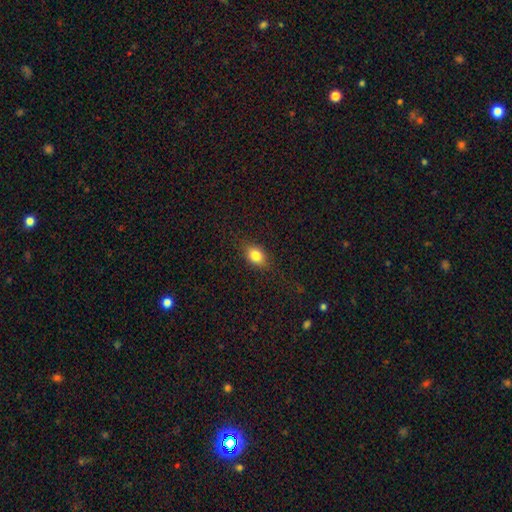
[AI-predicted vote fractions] Smooth or featured? smooth (82%)
How rounded? in between (71%)
Merging? none (85%)